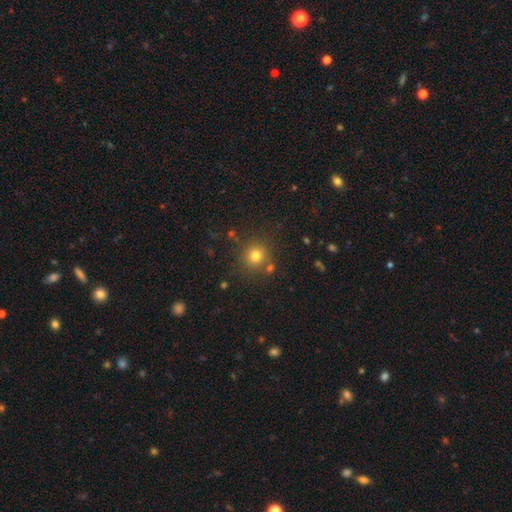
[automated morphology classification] smooth-or-featured: smooth: 76% | star or artifact: 17% | featured or disk: 8%
  how-rounded: round: 92% | in between: 7% | cigar-shaped: 1%
  merging: none: 81% | minor disturbance: 9% | merger: 7% | major disturbance: 3%